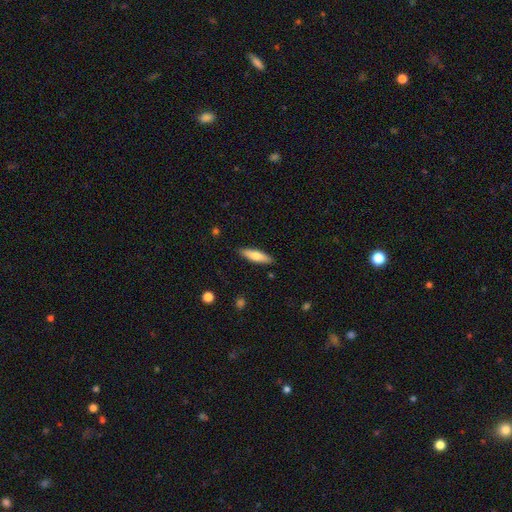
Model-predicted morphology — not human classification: A smooth galaxy with no disk features (70%) that is cigar-shaped (64%). Merging: none (88%).